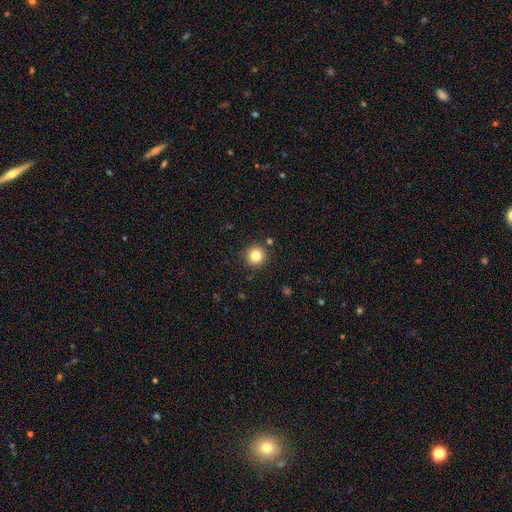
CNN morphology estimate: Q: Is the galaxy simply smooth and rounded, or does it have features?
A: smooth — 82%.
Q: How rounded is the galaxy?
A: round — 95%.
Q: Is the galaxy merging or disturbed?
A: none — 89%.